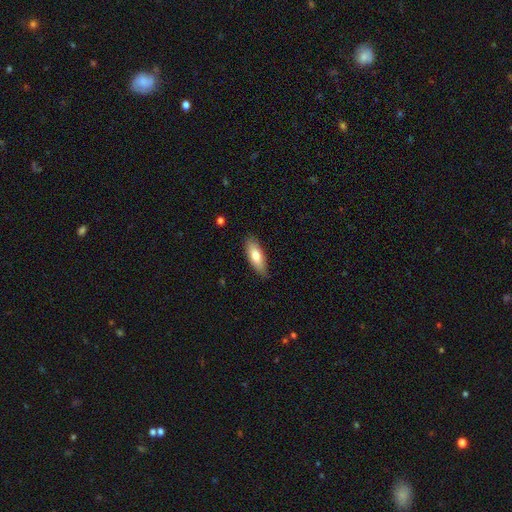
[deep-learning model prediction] Smooth or featured?
  - smooth: 76% *
  - featured or disk: 18%
  - star or artifact: 6%
How rounded?
  - in between: 67% *
  - cigar-shaped: 31%
  - round: 2%
Merging?
  - none: 82% *
  - minor disturbance: 14%
  - major disturbance: 2%
  - merger: 1%